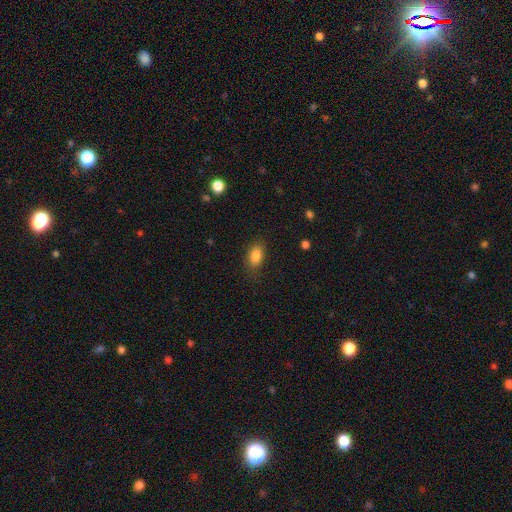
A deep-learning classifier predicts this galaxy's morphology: The model was most divided on "merging": none: 81%, minor disturbance: 14%, major disturbance: 4%, merger: 1%. More confident: how rounded — in between (88%); smooth or featured — smooth (86%).